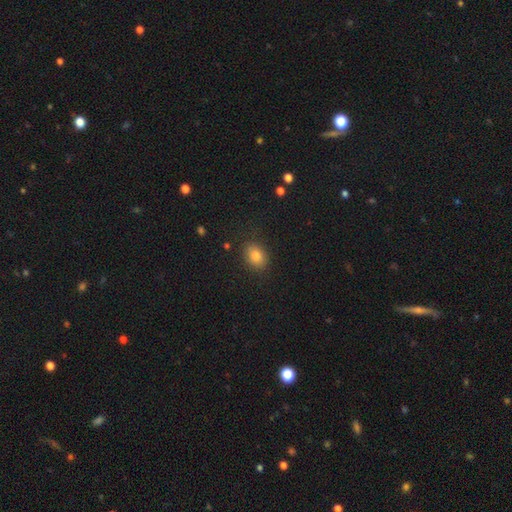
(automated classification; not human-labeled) smooth-or-featured: smooth: 82% | star or artifact: 11% | featured or disk: 8%
  how-rounded: in between: 64% | round: 35% | cigar-shaped: 1%
  merging: none: 86% | minor disturbance: 10% | major disturbance: 3% | merger: 1%